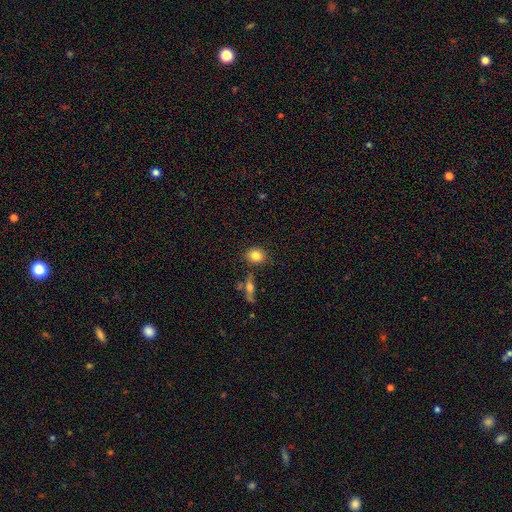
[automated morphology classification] A smooth galaxy with no disk features (82%) that is round (66%). Merging: none (79%).